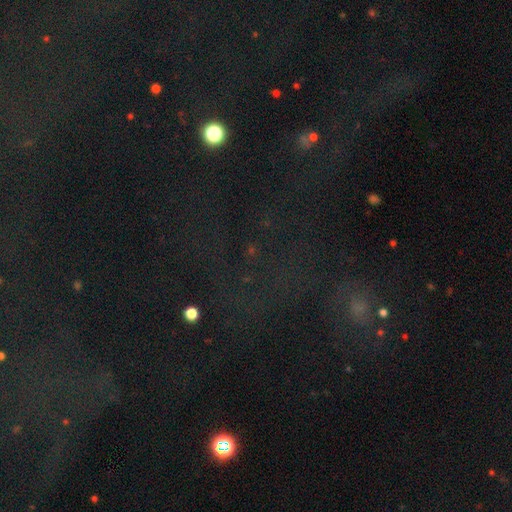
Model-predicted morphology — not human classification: smooth-or-featured: star or artifact: 68% | smooth: 18% | featured or disk: 14%